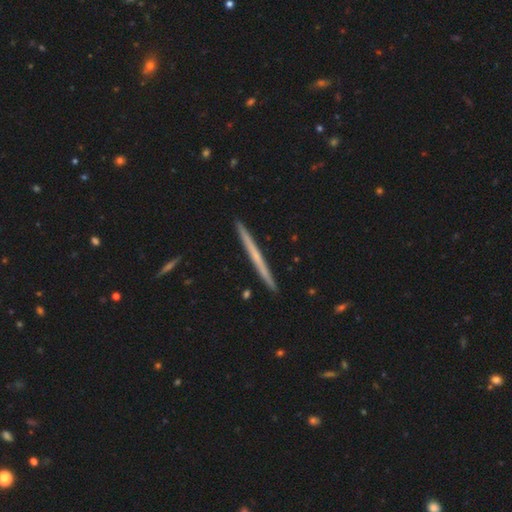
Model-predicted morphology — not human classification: This appears to be a featured or disk galaxy (54%) viewed edge-on (98%) with no central bulge (88%). Merging: none (93%).